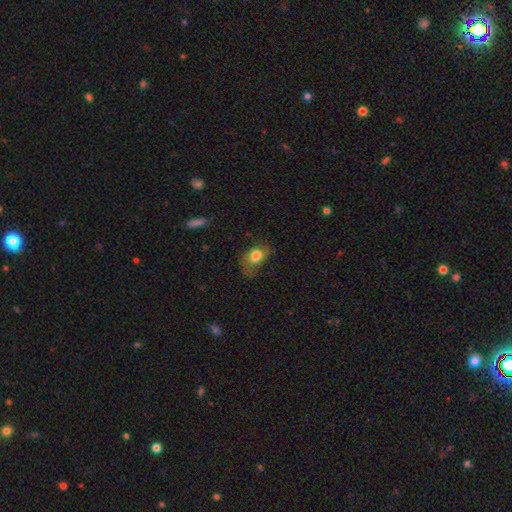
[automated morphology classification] Smooth or featured? smooth (70%)
How rounded? in between (67%)
Merging? none (42%)